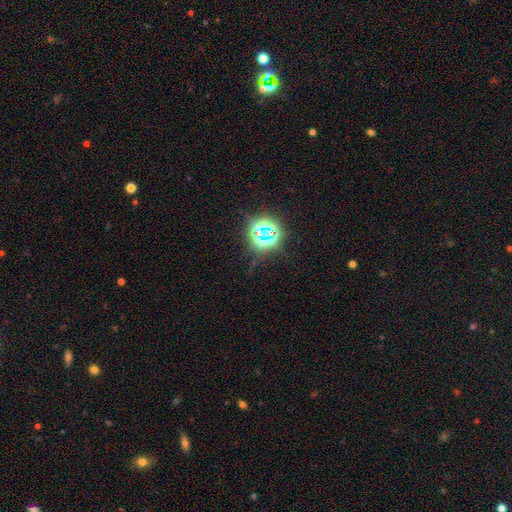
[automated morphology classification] Overall: star or artifact (81%).